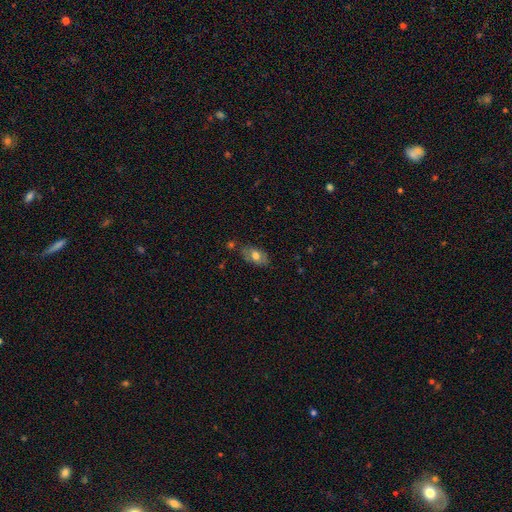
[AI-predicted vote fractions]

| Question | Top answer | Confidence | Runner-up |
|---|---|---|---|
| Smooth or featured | smooth | 64% | featured or disk (28%) |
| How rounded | in between | 89% | round (7%) |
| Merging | none | 70% | minor disturbance (20%) |